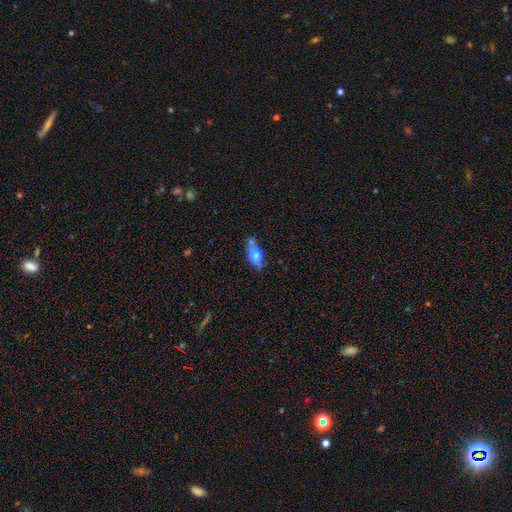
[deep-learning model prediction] A smooth galaxy with no disk features (59%) that is in between round and cigar-shaped (65%). Merging: none (55%).